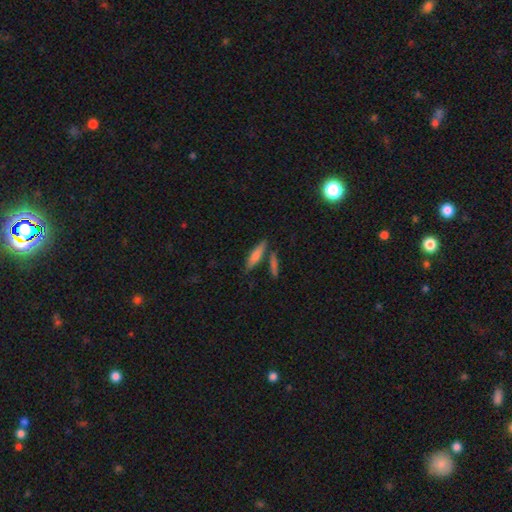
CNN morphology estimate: A smooth galaxy with no disk features (65%) that is cigar-shaped (73%).

Vote fractions:
- Smooth or featured? smooth: 65% / featured or disk: 27% / star or artifact: 8%
- How rounded? cigar-shaped: 73% / in between: 25% / round: 3%
- Merging? none: 72% / merger: 12% / minor disturbance: 12% / major disturbance: 3%